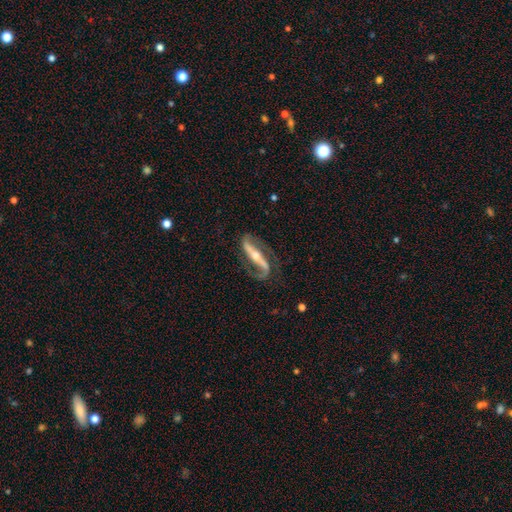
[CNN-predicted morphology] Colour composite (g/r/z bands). It shows a featured or disk galaxy (89%) with a strong bar (71%), 2 (87%) loose (46%) spiral arms (95%) and a moderate central bulge (50%). Merging: none (72%).